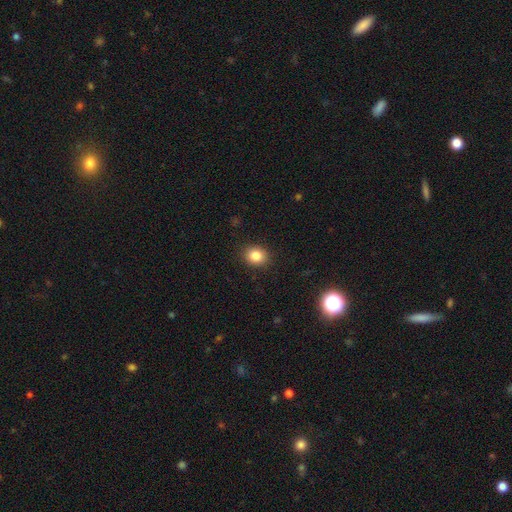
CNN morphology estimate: Smooth or featured? Predicted: smooth (p=0.84). How rounded? Predicted: round (p=0.66). Merging? Predicted: none (p=0.89).